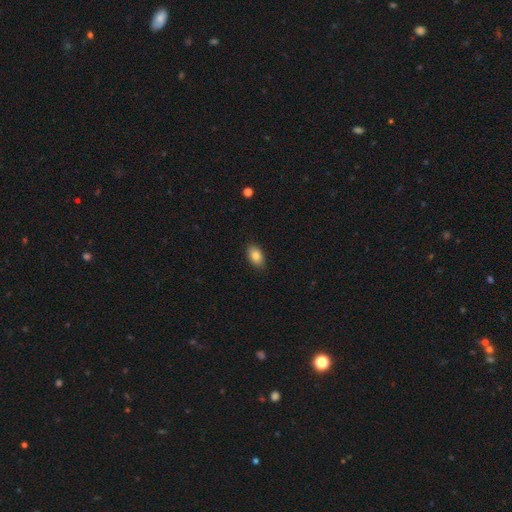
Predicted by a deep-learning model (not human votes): Morphology: type=smooth (84%); roundness=in between (91%); merging=none (87%).